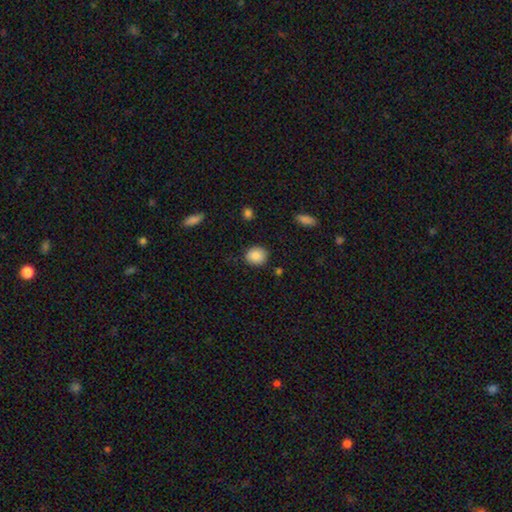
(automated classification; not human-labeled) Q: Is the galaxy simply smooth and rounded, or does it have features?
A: smooth — 87%.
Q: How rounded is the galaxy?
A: round — 67%.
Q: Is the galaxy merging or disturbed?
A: none — 86%.